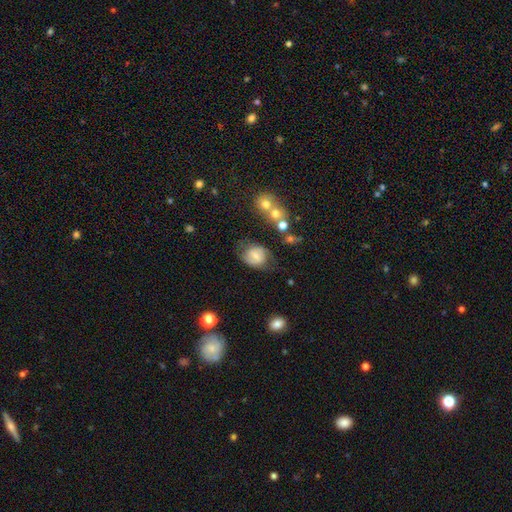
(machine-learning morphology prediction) A smooth galaxy with no disk features (48%). Merging: none (58%).